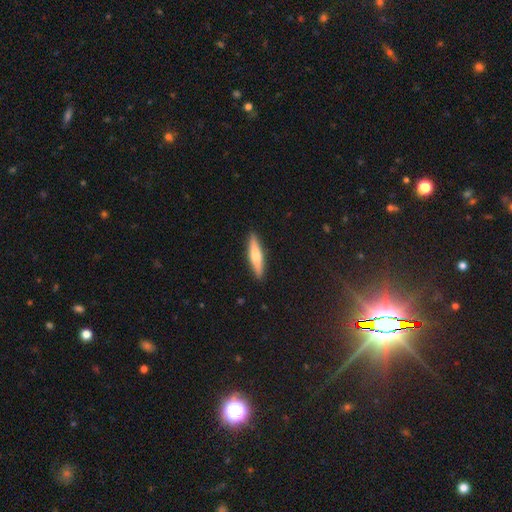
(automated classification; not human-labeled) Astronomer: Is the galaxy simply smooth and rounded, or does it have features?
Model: smooth — 58% (runner-up: featured or disk, 36%).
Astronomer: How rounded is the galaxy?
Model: cigar-shaped — 83%.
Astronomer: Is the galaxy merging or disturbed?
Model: none — 91%.